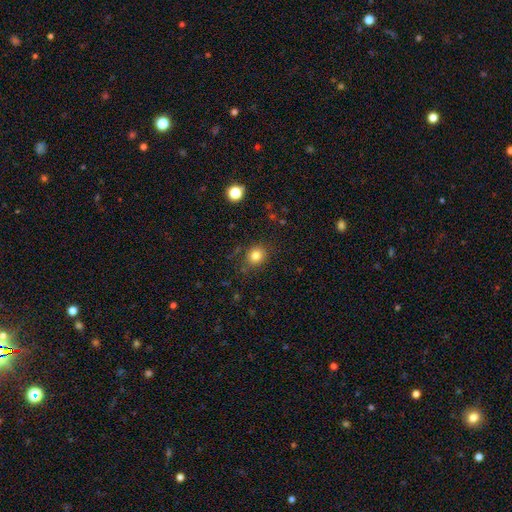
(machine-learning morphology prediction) smooth-or-featured: smooth: 81% | star or artifact: 12% | featured or disk: 7%
  how-rounded: round: 75% | in between: 24% | cigar-shaped: 1%
  merging: none: 82% | minor disturbance: 12% | major disturbance: 4% | merger: 2%